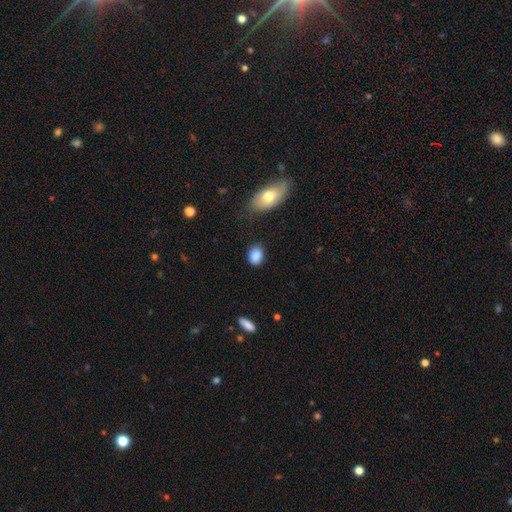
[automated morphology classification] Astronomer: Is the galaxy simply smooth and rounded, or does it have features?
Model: smooth — 87%.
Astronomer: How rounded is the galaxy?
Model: in between — 64%.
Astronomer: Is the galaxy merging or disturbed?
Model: none — 78%.